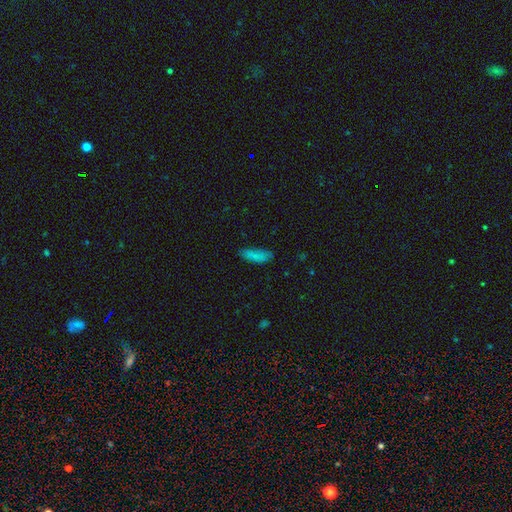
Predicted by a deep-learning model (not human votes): The model was most divided on "how rounded": in between: 62%, cigar-shaped: 36%, round: 2%. More confident: smooth or featured — smooth (81%); merging — none (71%).